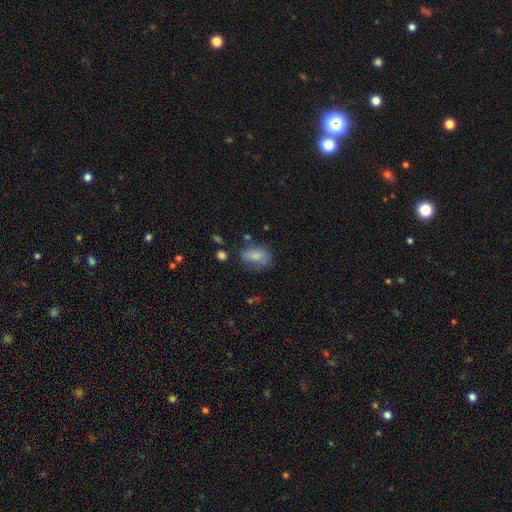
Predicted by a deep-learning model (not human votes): The model was most divided on "merging": none: 55%, minor disturbance: 28%, major disturbance: 12%, merger: 5%. More confident: how rounded — in between (79%); smooth or featured — smooth (76%).